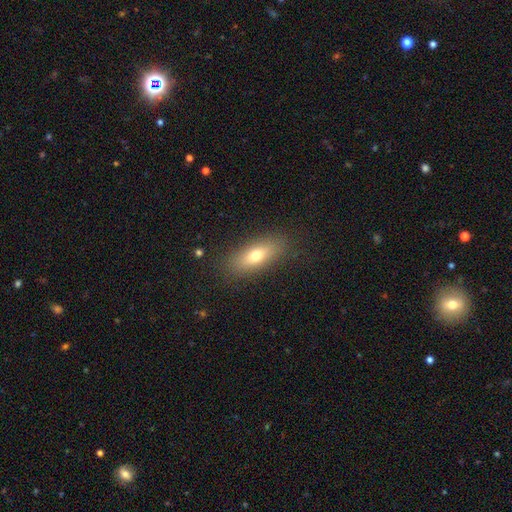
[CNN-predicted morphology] Smooth or featured? smooth (69%)
How rounded? in between (68%)
Merging? none (85%)